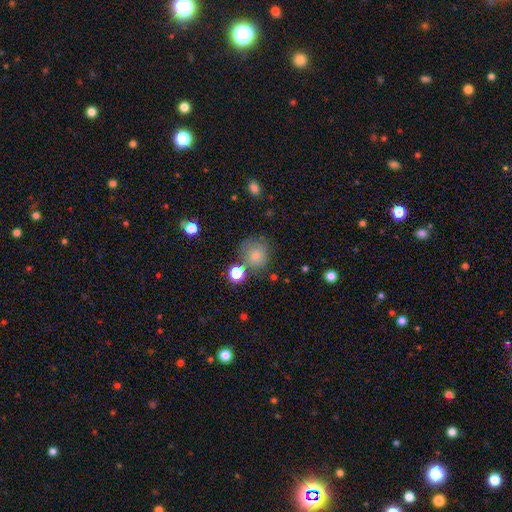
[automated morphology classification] Smooth or featured: smooth — 66% (star or artifact — 17%)
How rounded: round — 84% (in between — 15%)
Merging: none — 65% (minor disturbance — 18%)